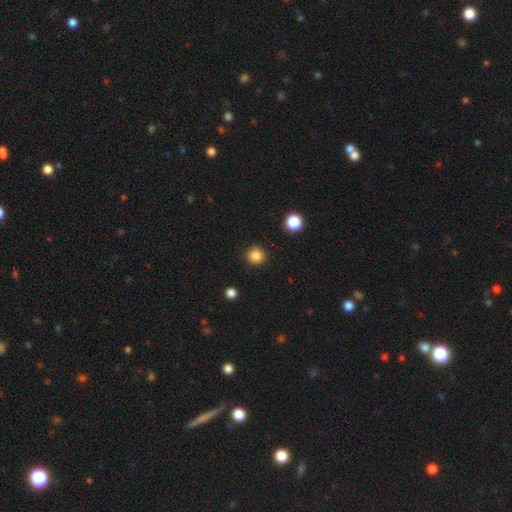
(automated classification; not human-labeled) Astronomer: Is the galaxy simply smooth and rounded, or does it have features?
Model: smooth — 85%.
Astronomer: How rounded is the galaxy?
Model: round — 92%.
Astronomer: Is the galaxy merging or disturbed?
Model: none — 91%.